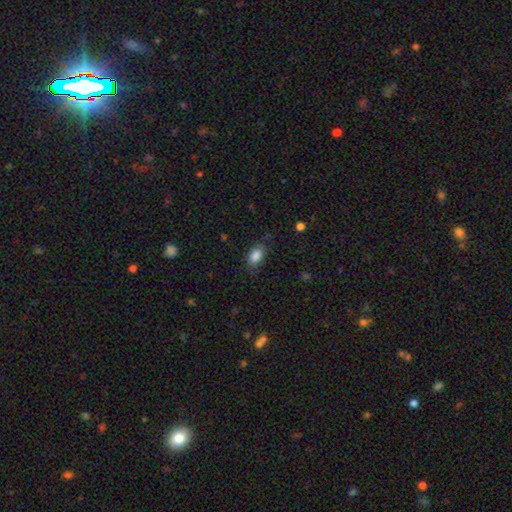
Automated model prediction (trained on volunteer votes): Smooth or featured? smooth (86%)
How rounded? in between (90%)
Merging? none (75%)